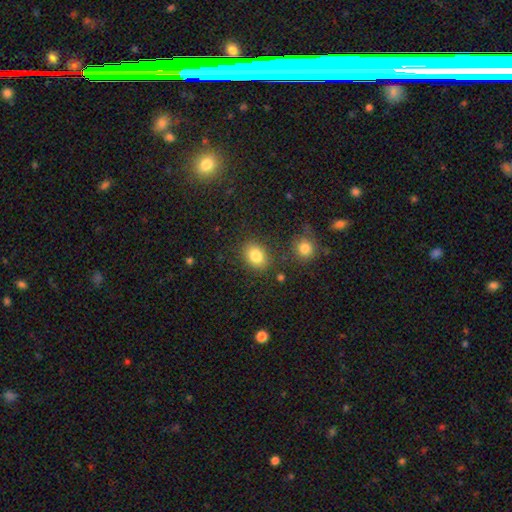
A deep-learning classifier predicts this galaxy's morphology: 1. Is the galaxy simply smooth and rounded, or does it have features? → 83% smooth, 10% star or artifact, 7% featured or disk.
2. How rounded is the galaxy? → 59% in between, 40% round, 1% cigar-shaped.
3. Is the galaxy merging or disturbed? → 82% none, 10% minor disturbance, 4% merger, 3% major disturbance.